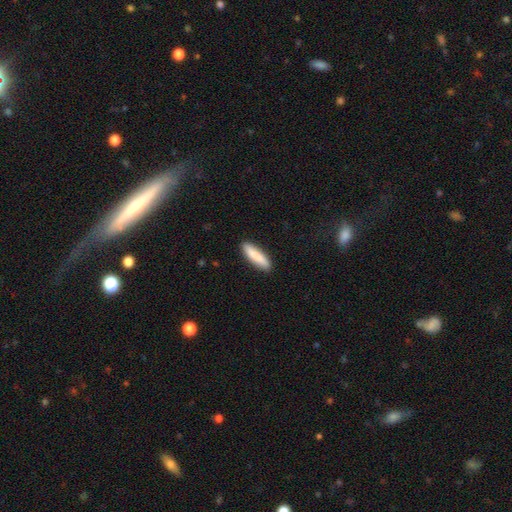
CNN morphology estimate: Smooth or featured? smooth (86%)
How rounded? cigar-shaped (72%)
Merging? none (89%)